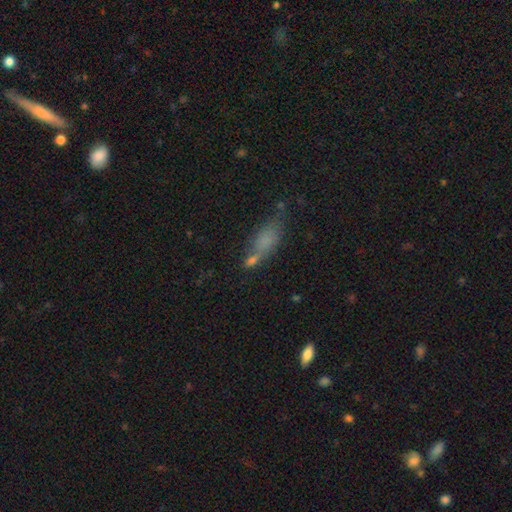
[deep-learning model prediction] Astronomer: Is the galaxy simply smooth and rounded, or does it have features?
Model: smooth — 67%.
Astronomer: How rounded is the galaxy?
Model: in between — 62%.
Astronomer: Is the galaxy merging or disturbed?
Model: none — 45% (runner-up: merger, 23%).